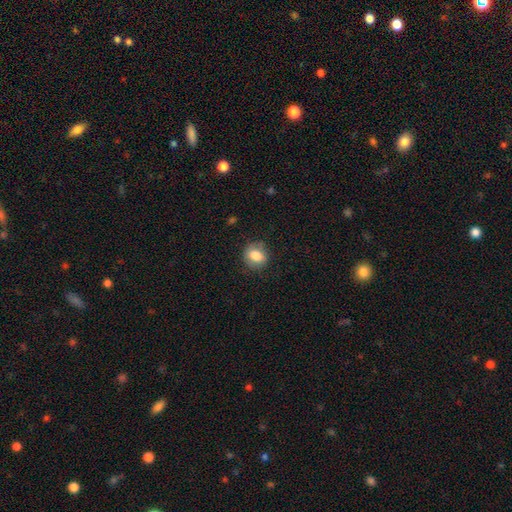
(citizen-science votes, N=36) Morphology: type=smooth (89%); roundness=round (69%); merging=none (71%).